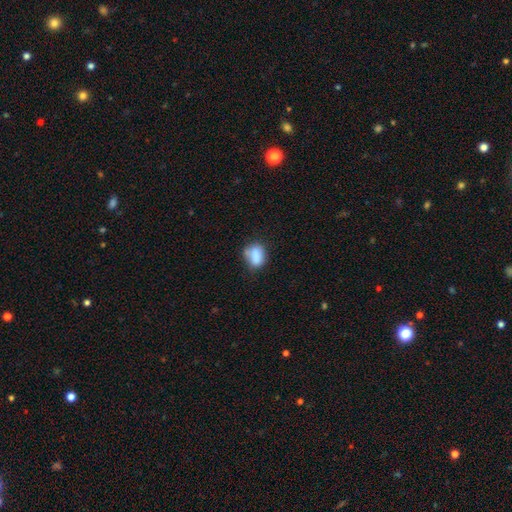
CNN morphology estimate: smooth-or-featured: smooth: 80% | featured or disk: 11% | star or artifact: 9%
  how-rounded: in between: 69% | round: 28% | cigar-shaped: 3%
  merging: none: 55% | minor disturbance: 26% | merger: 11% | major disturbance: 8%